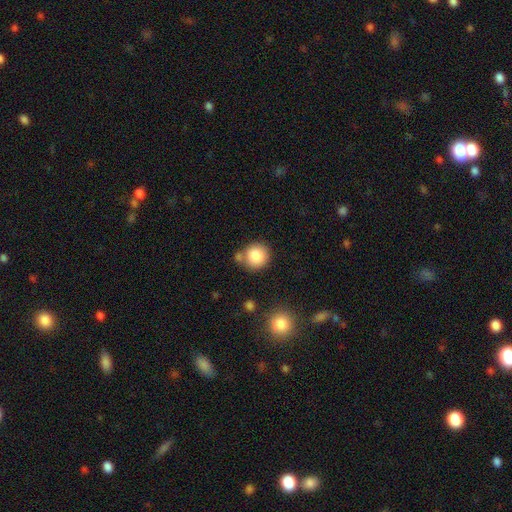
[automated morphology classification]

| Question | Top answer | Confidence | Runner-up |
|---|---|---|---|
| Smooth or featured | smooth | 85% | star or artifact (9%) |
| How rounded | round | 89% | in between (10%) |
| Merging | none | 68% | merger (15%) |